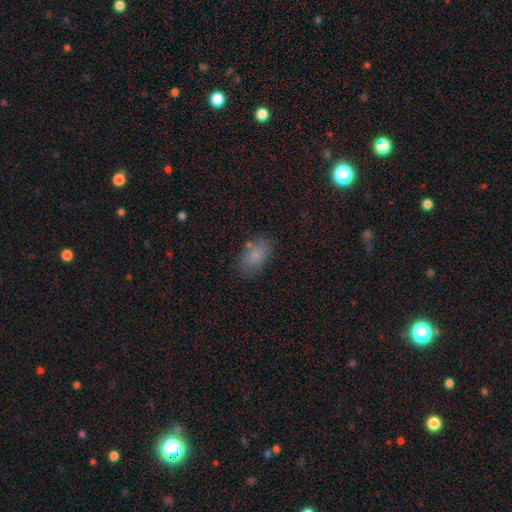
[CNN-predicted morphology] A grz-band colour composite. It shows a smooth galaxy with no disk features (81%) that is in between round and cigar-shaped (91%). Merging: none (76%).